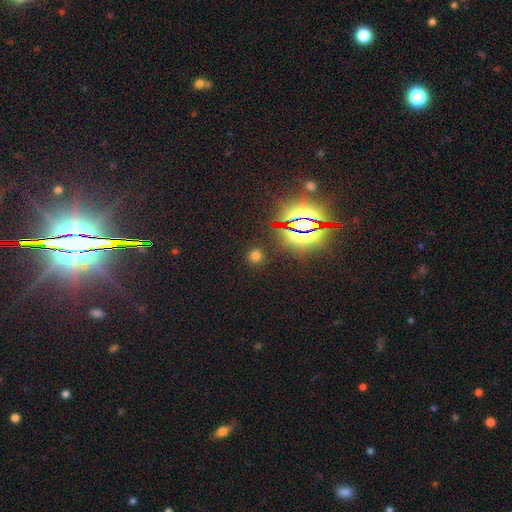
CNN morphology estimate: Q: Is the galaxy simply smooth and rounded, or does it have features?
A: smooth — 63%.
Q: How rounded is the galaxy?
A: round — 92%.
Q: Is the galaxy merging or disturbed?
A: none — 88%.